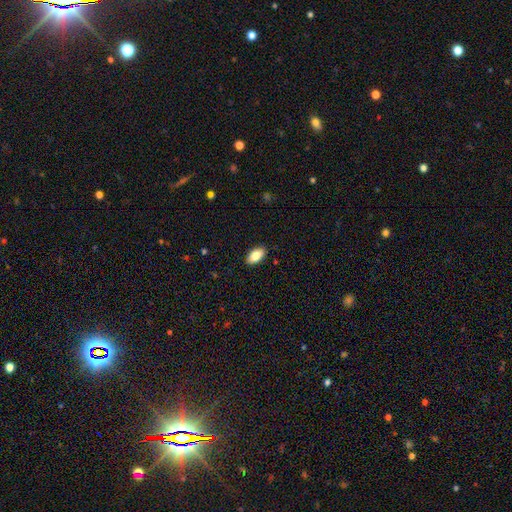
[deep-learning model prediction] Smooth or featured: smooth — 83% (featured or disk — 10%)
How rounded: in between — 94% (cigar-shaped — 3%)
Merging: none — 89% (minor disturbance — 8%)